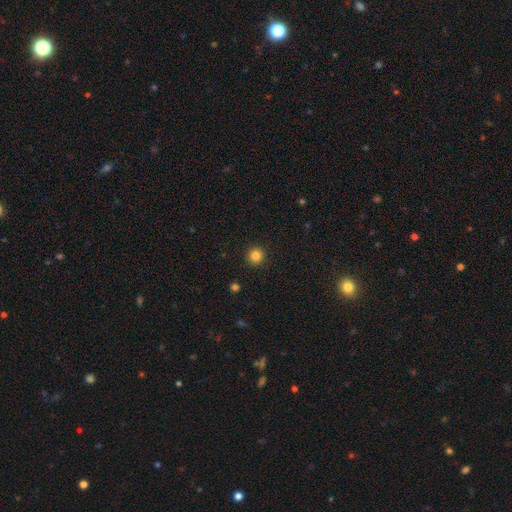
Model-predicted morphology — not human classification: Smooth or featured?
  - smooth: 84% *
  - star or artifact: 12%
  - featured or disk: 4%
How rounded?
  - round: 95% *
  - in between: 4%
  - cigar-shaped: 1%
Merging?
  - none: 93% *
  - minor disturbance: 5%
  - major disturbance: 2%
  - merger: 1%